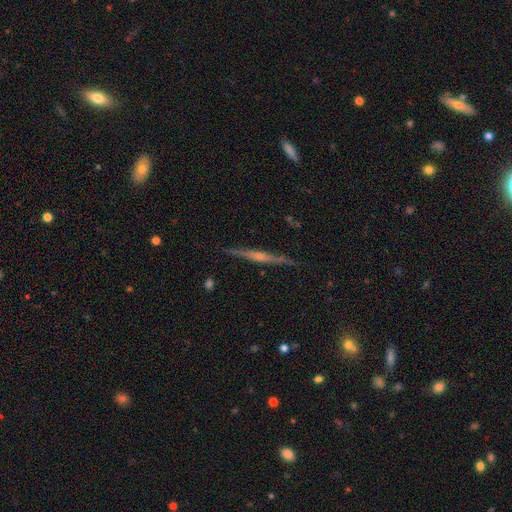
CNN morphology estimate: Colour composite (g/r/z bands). It shows a featured or disk galaxy (78%) viewed edge-on (98%) with a rounded central bulge (62%). Merging: none (89%).